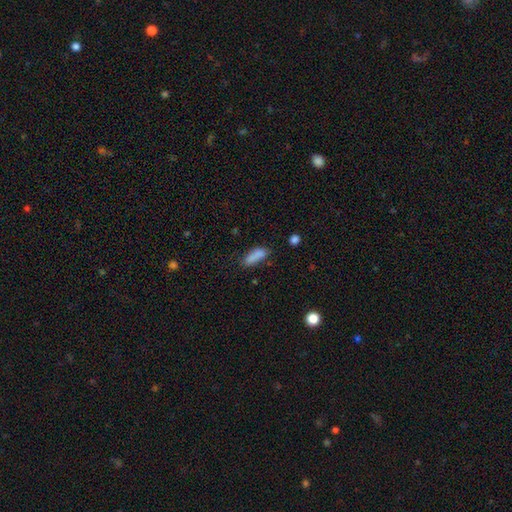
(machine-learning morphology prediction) A smooth galaxy with no disk features (84%) that is in between round and cigar-shaped (62%). Merging: none (64%).